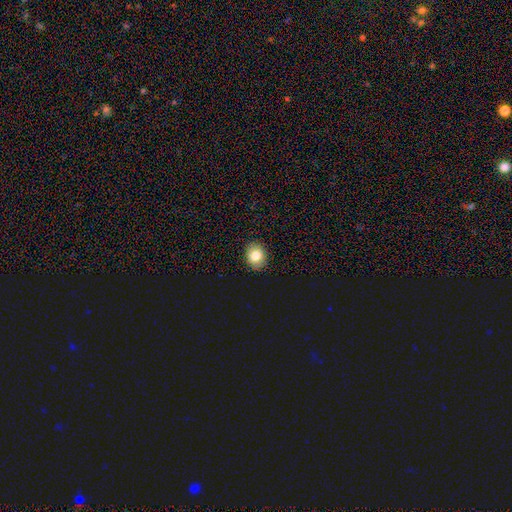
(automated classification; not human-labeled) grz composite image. It shows a smooth galaxy with no disk features (81%) that is round (50%). Merging: none (89%).